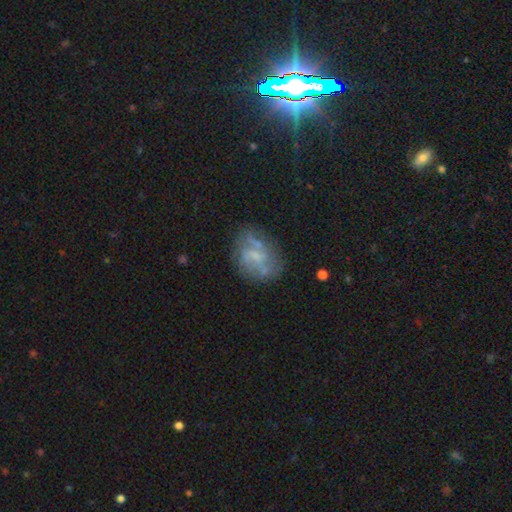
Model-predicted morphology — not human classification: Smooth or featured: featured or disk — 54% (smooth — 33%)
Edge-on disk: no — 97% (yes — 3%)
Bar: no — 59% (weak — 32%)
Spiral arms: no — 64% (yes — 36%)
Bulge size: none — 42% (small — 36%)
Merging: none — 52% (minor disturbance — 23%)